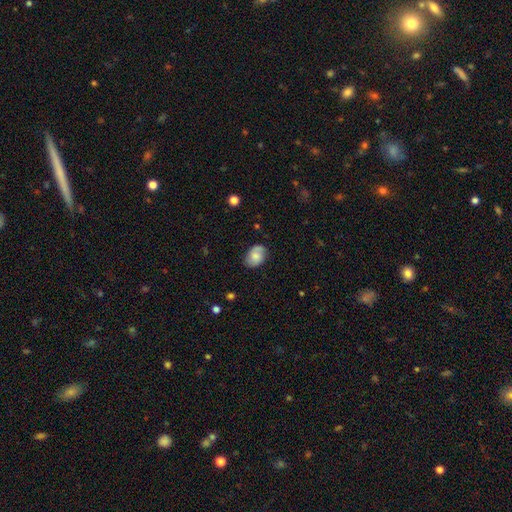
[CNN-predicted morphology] smooth 64%, featured or disk 28%, star or artifact 8%. Down the decision tree: how rounded — in between (77%); merging — none (76%).